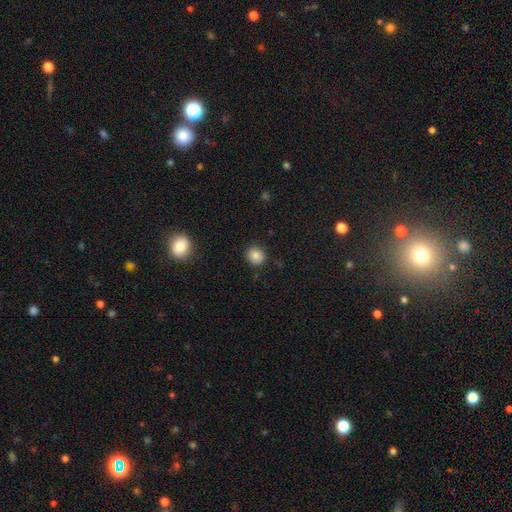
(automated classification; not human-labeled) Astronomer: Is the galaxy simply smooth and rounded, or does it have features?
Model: smooth — 84%.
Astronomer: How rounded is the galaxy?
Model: round — 88%.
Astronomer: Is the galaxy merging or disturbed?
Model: none — 87%.